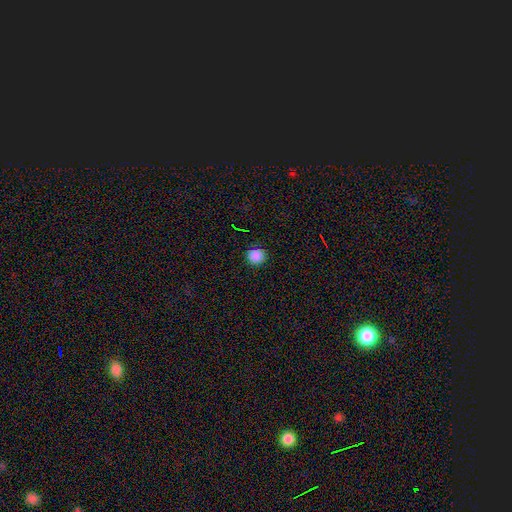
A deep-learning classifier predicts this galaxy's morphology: smooth-or-featured: smooth: 86% | star or artifact: 12% | featured or disk: 3%
  how-rounded: round: 93% | in between: 6% | cigar-shaped: 1%
  merging: none: 90% | minor disturbance: 7% | major disturbance: 2% | merger: 1%